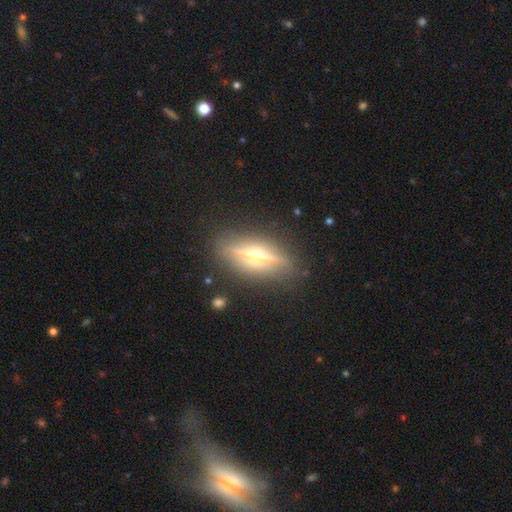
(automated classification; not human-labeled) This appears to be a featured or disk galaxy (80%) viewed edge-on (93%) with a rounded central bulge (95%). Merging: none (86%).